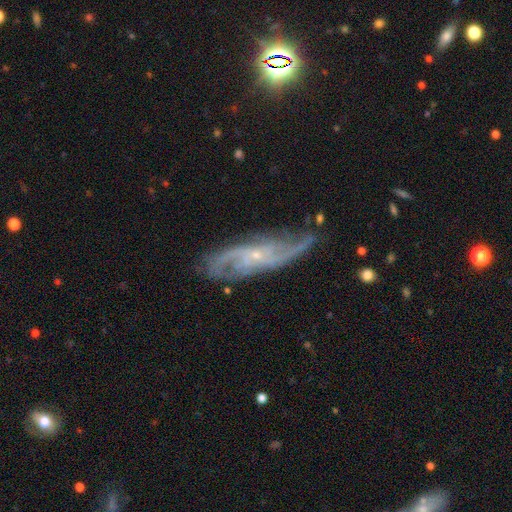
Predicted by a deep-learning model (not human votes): Smooth or featured: featured or disk — 86% (smooth — 8%)
Edge-on disk: no — 86% (yes — 14%)
Bar: no — 62% (weak — 30%)
Spiral arms: yes — 96% (no — 4%)
Spiral winding: medium — 43% (loose — 32%)
Spiral arm count: 2 — 50% (can't tell — 17%)
Bulge size: small — 82% (moderate — 13%)
Merging: none — 68% (minor disturbance — 21%)